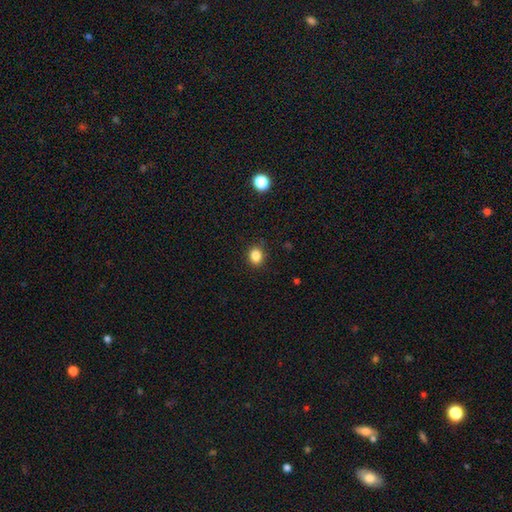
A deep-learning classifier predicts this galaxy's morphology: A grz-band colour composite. It shows a smooth galaxy with no disk features (85%) that is round (62%). Merging: none (88%).